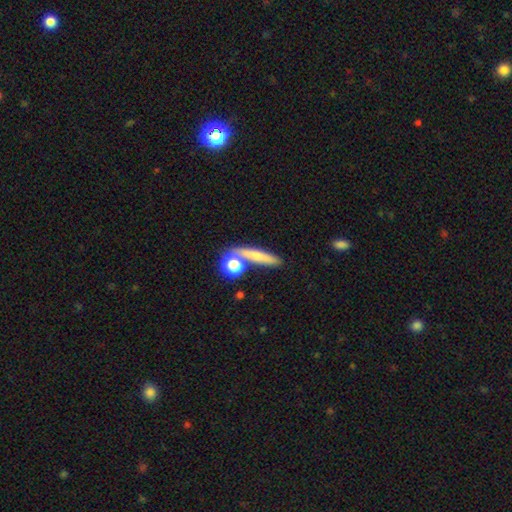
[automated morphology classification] Smooth or featured: smooth — 68% (featured or disk — 21%)
How rounded: cigar-shaped — 66% (round — 18%)
Merging: none — 68% (merger — 17%)